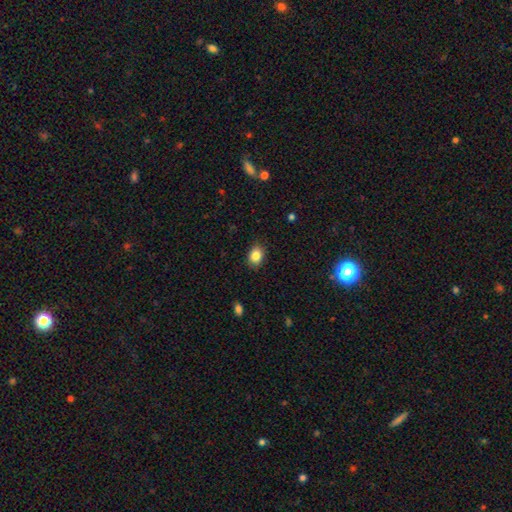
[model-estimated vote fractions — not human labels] smooth_or_featured: smooth (p=0.85) [alt: star or artifact p=0.09]
how_rounded: in between (p=0.64) [alt: round p=0.35]
merging: none (p=0.86) [alt: minor disturbance p=0.11]